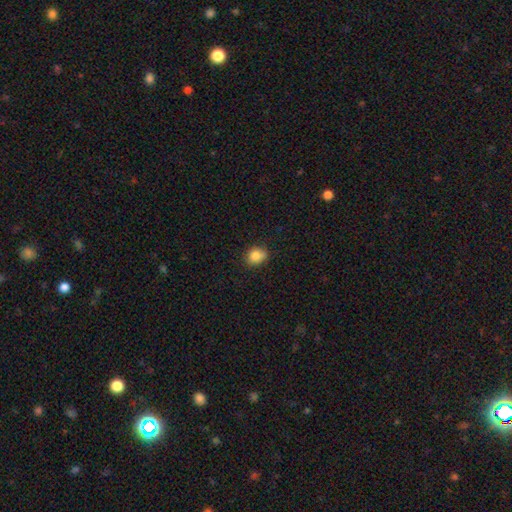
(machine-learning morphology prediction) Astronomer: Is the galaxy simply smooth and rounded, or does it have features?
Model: smooth — 84%.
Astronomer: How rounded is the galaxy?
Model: round — 65%.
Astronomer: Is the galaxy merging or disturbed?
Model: none — 75%.